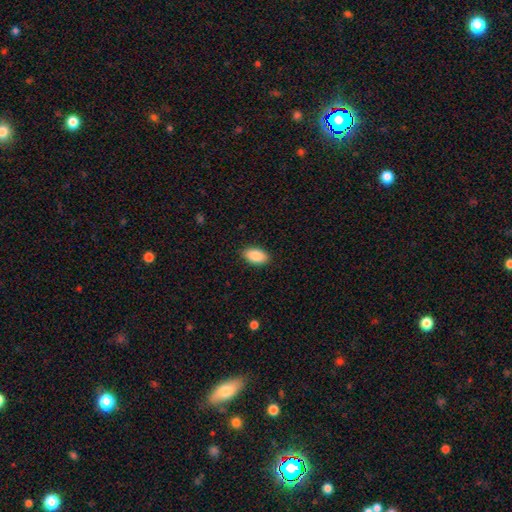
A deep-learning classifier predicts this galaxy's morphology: Q: Smooth or featured?
A: smooth (90%); runner-up: star or artifact (6%)
Q: How rounded?
A: in between (95%); runner-up: round (4%)
Q: Merging?
A: none (89%); runner-up: minor disturbance (8%)